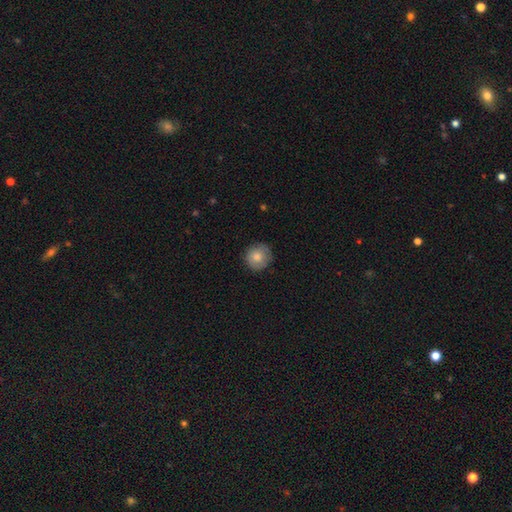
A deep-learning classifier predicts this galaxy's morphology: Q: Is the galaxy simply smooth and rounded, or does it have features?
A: smooth — 73%.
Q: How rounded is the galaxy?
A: round — 92%.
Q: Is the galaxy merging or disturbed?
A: none — 86%.